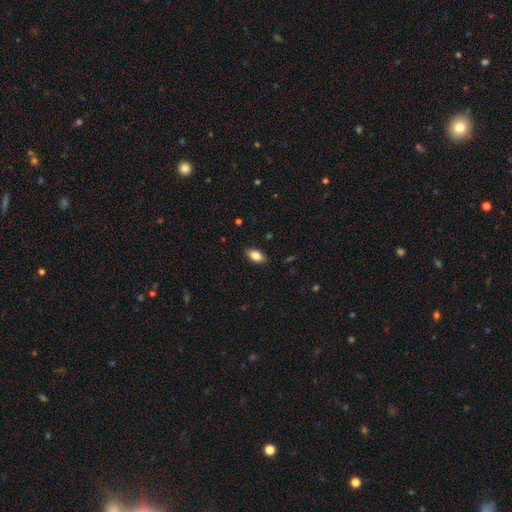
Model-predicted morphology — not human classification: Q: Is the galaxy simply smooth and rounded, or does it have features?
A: smooth — 84%.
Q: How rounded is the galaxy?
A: in between — 91%.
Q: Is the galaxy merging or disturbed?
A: none — 88%.